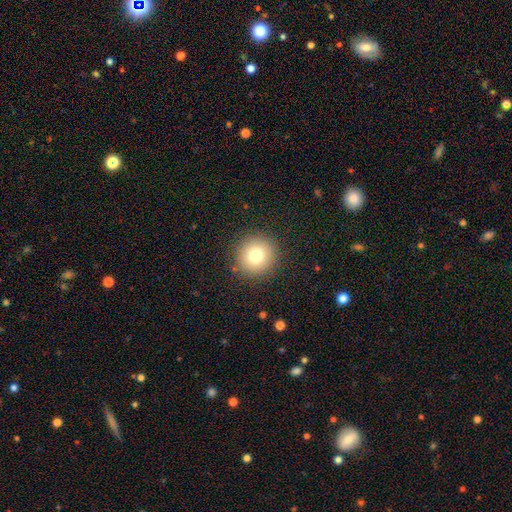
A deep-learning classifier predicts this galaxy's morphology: A smooth galaxy with no disk features (78%) that is round (93%).

Vote fractions:
- Smooth or featured? smooth: 78% / star or artifact: 12% / featured or disk: 10%
- How rounded? round: 93% / in between: 6% / cigar-shaped: 1%
- Merging? none: 90% / minor disturbance: 7% / major disturbance: 3% / merger: 1%